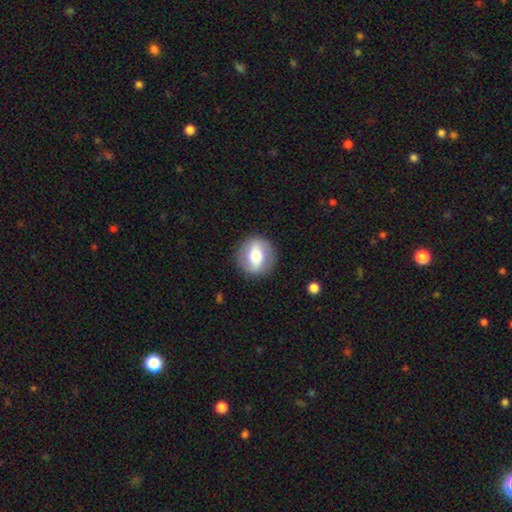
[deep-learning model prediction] Q: Smooth or featured?
A: smooth (47%); runner-up: featured or disk (46%)
Q: Merging?
A: none (88%); runner-up: minor disturbance (8%)